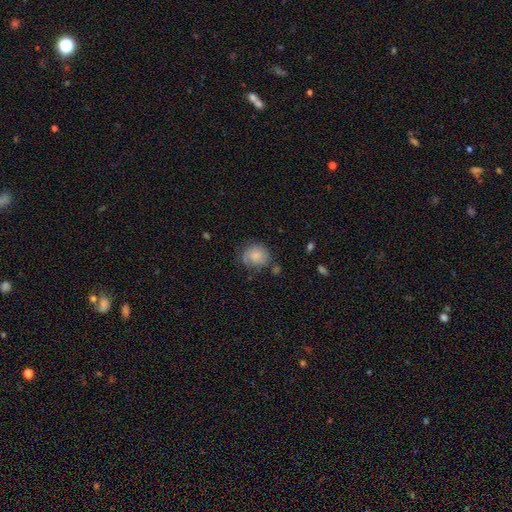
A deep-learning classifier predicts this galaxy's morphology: smooth-or-featured: smooth: 74% | featured or disk: 18% | star or artifact: 8%
  how-rounded: round: 71% | in between: 28% | cigar-shaped: 1%
  merging: none: 57% | minor disturbance: 27% | major disturbance: 11% | merger: 5%